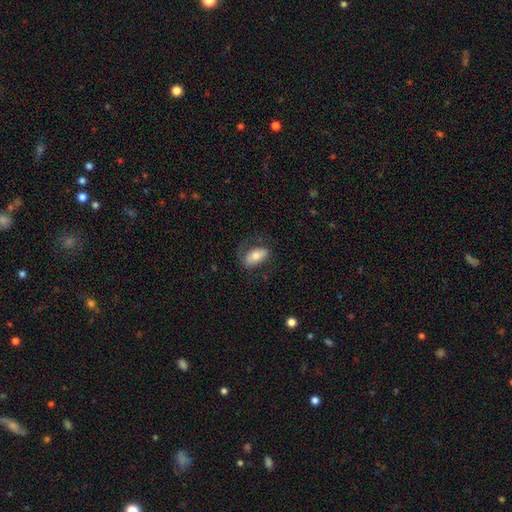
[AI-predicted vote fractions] Q: Smooth or featured?
A: smooth (67%); runner-up: featured or disk (26%)
Q: How rounded?
A: in between (89%); runner-up: cigar-shaped (7%)
Q: Merging?
A: none (62%); runner-up: minor disturbance (21%)